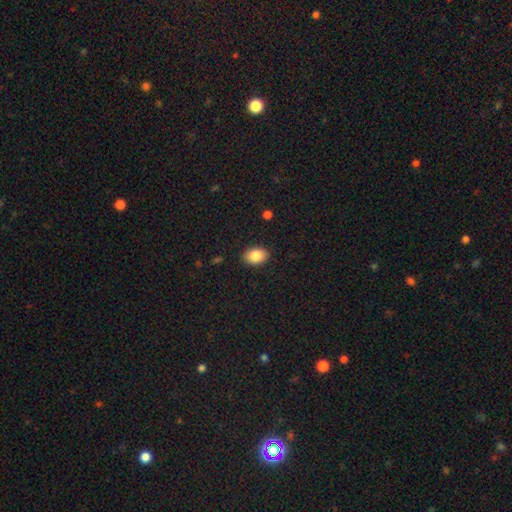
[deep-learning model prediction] A smooth galaxy with no disk features (86%) that is in between round and cigar-shaped (81%).

Vote fractions:
- Smooth or featured? smooth: 86% / star or artifact: 8% / featured or disk: 6%
- How rounded? in between: 81% / round: 18% / cigar-shaped: 1%
- Merging? none: 88% / minor disturbance: 9% / major disturbance: 2% / merger: 1%